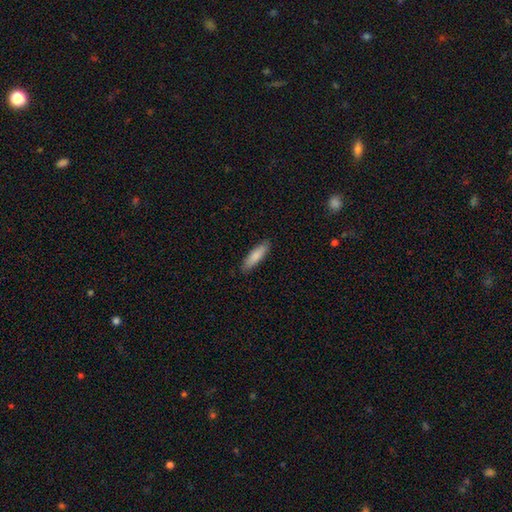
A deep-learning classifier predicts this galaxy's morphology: The model was most divided on "how rounded": cigar-shaped: 63%, in between: 36%, round: 1%. More confident: merging — none (88%); smooth or featured — smooth (84%).